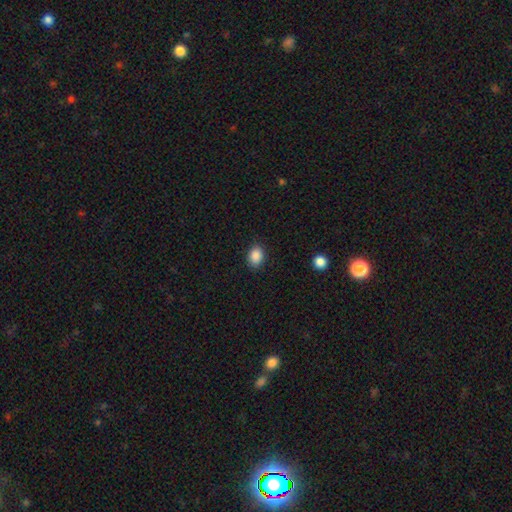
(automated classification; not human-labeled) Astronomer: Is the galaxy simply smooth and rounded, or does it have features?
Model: smooth — 88%.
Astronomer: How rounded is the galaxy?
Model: in between — 68%.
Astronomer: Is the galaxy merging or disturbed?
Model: none — 87%.